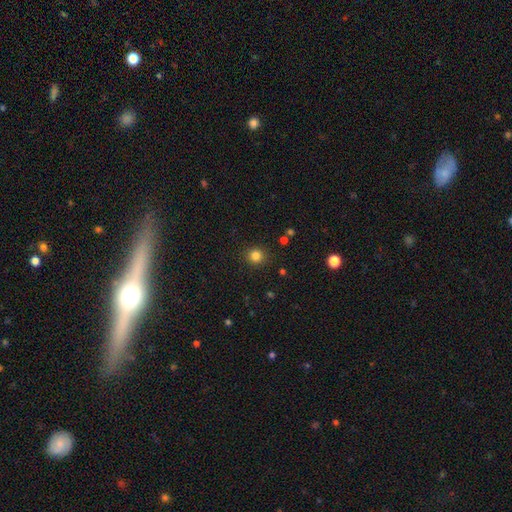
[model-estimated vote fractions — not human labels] The model was most divided on "smooth or featured": smooth: 83%, star or artifact: 13%, featured or disk: 4%. More confident: how rounded — round (92%); merging — none (89%).